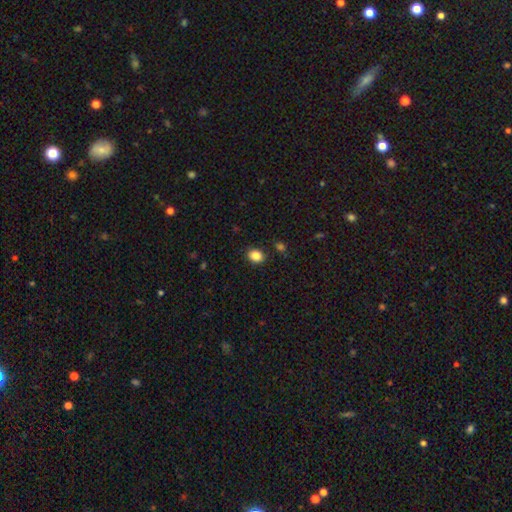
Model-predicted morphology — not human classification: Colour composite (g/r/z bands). It shows a smooth galaxy with no disk features (86%) that is in between round and cigar-shaped (52%). Merging: none (88%).